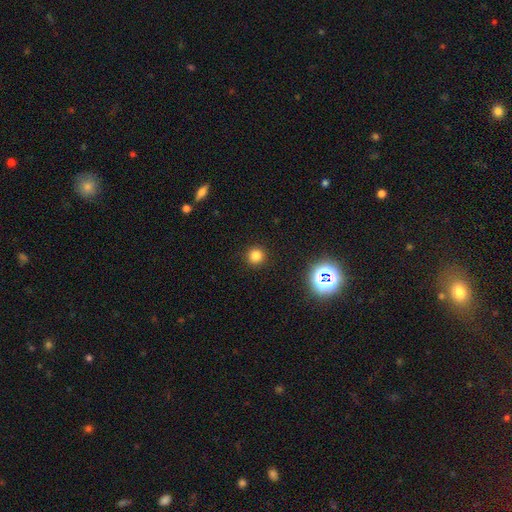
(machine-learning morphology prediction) smooth 79%, star or artifact 17%, featured or disk 5%. Down the decision tree: how rounded — round (95%); merging — none (92%).